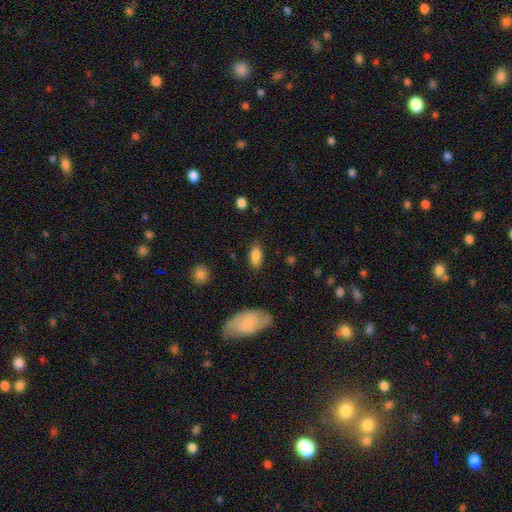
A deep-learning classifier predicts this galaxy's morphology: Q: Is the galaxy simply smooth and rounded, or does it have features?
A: smooth — 85%.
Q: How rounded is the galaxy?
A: in between — 85%.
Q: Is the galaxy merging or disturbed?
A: none — 82%.